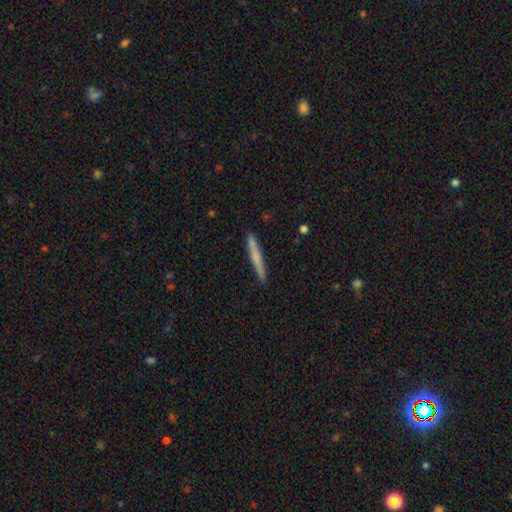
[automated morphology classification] This is likely a smooth galaxy (63%). How rounded: clearly cigar-shaped (96%). Merging: clearly none (91%).